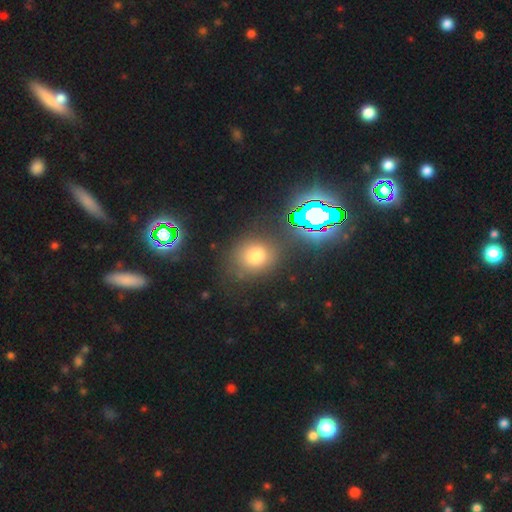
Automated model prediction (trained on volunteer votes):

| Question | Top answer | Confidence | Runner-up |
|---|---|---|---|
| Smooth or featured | smooth | 70% | star or artifact (21%) |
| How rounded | round | 68% | in between (31%) |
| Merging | none | 75% | minor disturbance (14%) |